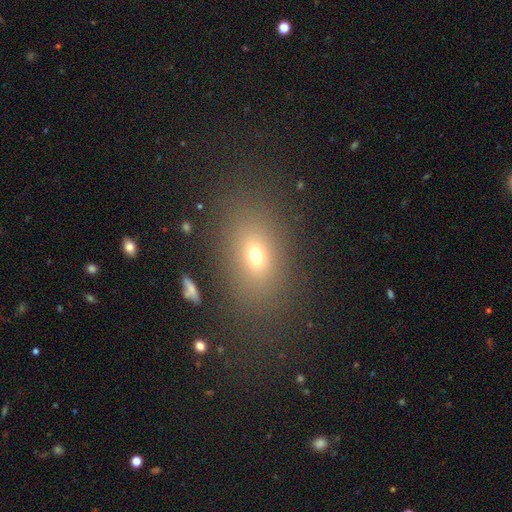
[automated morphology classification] Overall: smooth (65%). How rounded: in between (76%). Merging: none (81%).